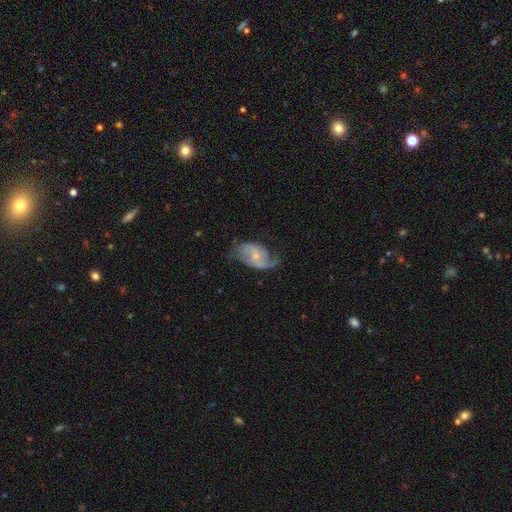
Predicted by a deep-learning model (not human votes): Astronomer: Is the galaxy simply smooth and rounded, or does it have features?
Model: featured or disk — 75%.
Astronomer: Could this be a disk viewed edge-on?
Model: no — 96%.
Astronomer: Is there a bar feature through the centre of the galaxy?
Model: no — 60%.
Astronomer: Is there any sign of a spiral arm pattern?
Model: yes — 91%.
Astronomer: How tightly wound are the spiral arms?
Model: loose — 47% (runner-up: medium, 38%).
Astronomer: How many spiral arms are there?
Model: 2 — 76%.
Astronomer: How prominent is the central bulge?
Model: small — 64%.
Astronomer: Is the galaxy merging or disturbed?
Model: none — 55%.